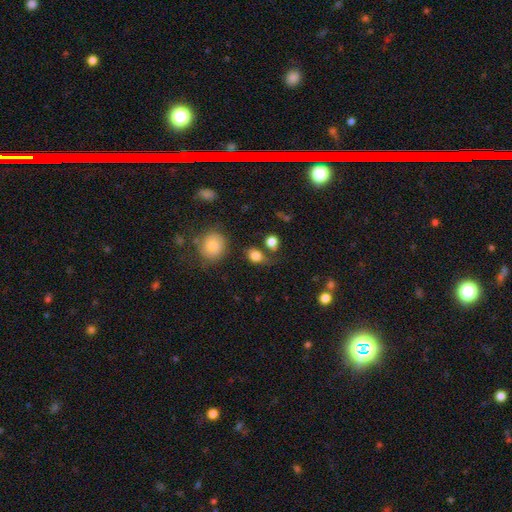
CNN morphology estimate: A smooth galaxy with no disk features (82%) that is in between round and cigar-shaped (56%).

Vote fractions:
- Smooth or featured? smooth: 82% / star or artifact: 11% / featured or disk: 7%
- How rounded? in between: 56% / round: 42% / cigar-shaped: 2%
- Merging? none: 58% / minor disturbance: 21% / merger: 11% / major disturbance: 10%